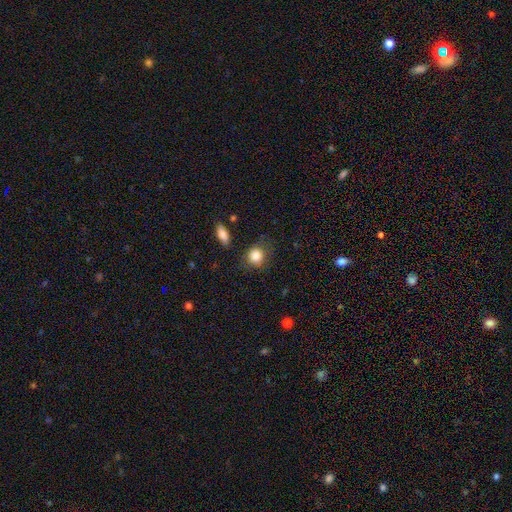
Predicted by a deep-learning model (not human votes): smooth 85%, star or artifact 8%, featured or disk 6%. Down the decision tree: how rounded — round (77%); merging — none (73%).